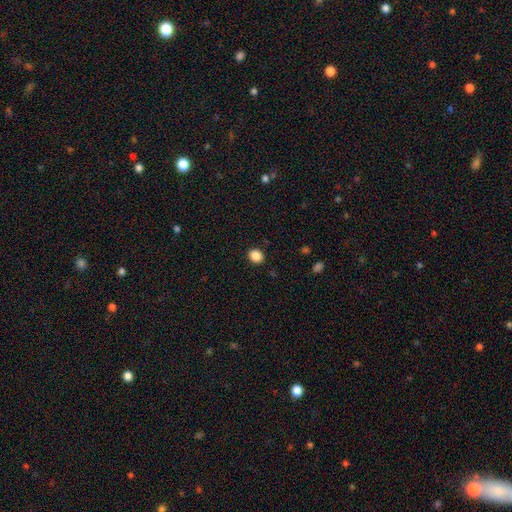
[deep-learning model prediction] A smooth galaxy with no disk features (87%) that is round (60%). Merging: none (90%).